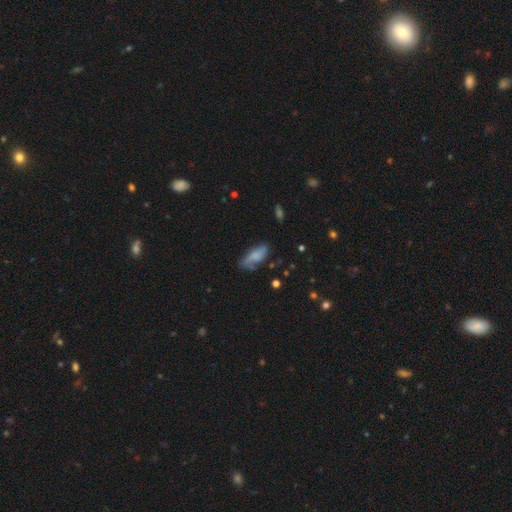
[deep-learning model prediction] Morphology: type=smooth (63%); roundness=in between (72%); merging=none (51%).